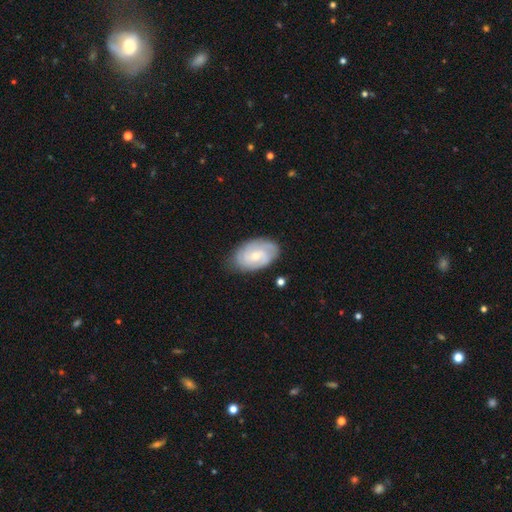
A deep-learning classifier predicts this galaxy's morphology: Smooth or featured?
  - featured or disk: 67% *
  - smooth: 27%
  - star or artifact: 5%
Edge-on disk?
  - no: 96% *
  - yes: 4%
Bar?
  - no: 54% *
  - weak: 40%
  - strong: 6%
Spiral arms?
  - yes: 90% *
  - no: 10%
Spiral winding?
  - tight: 57% *
  - medium: 33%
  - loose: 10%
Spiral arm count?
  - 2: 38% *
  - can't tell: 31%
  - 3: 19%
  - 4: 5%
  - 1: 4%
  - more than 4: 3%
Bulge size?
  - small: 56% *
  - moderate: 40%
  - none: 2%
  - large: 2%
  - dominant: 1%
Merging?
  - none: 76% *
  - minor disturbance: 18%
  - major disturbance: 4%
  - merger: 1%